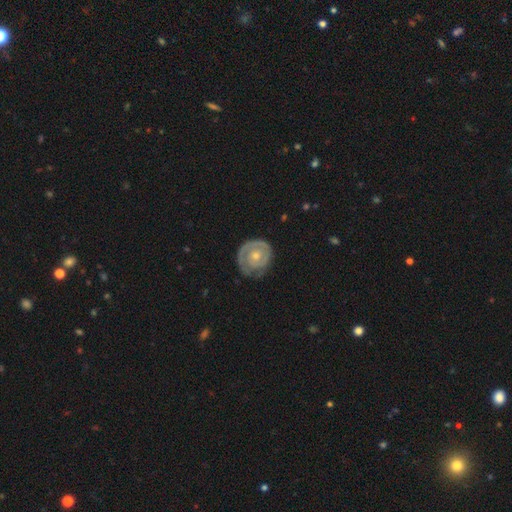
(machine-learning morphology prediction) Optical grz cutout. It shows a featured or disk galaxy (77%) with no bar (80%), 1 (49%) tight (77%) spiral arms (85%) and a small central bulge (49%). Merging: none (69%).